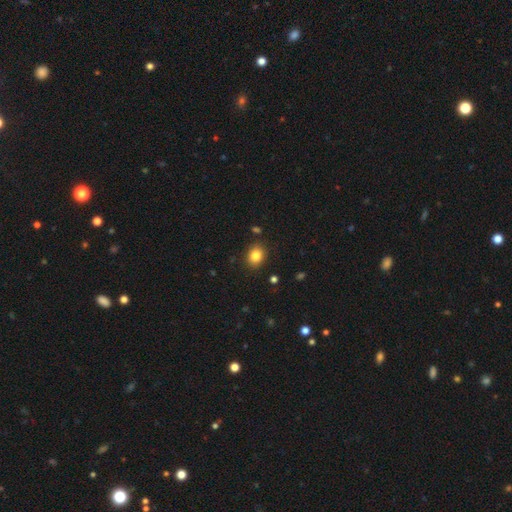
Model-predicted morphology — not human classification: Smooth or featured? Predicted: smooth (p=0.84). How rounded? Predicted: round (p=0.54). Merging? Predicted: none (p=0.88).